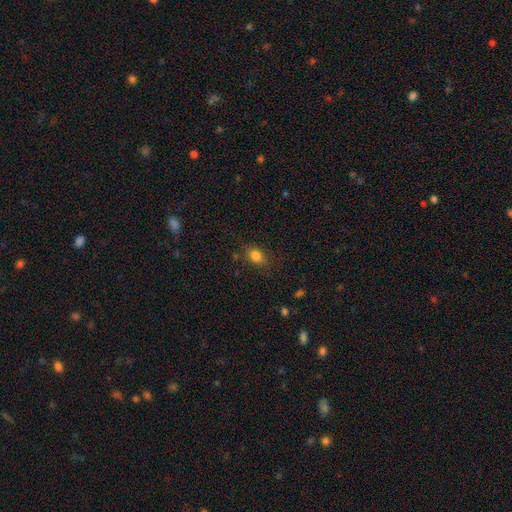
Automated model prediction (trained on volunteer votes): smooth 83%, star or artifact 12%, featured or disk 6%. Down the decision tree: how rounded — in between (62%); merging — none (78%).